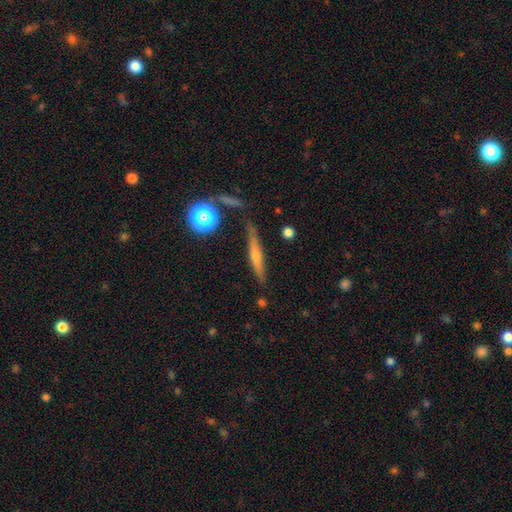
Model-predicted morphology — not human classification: Q: Smooth or featured?
A: featured or disk (58%); runner-up: smooth (26%)
Q: Edge-on disk?
A: yes (90%); runner-up: no (10%)
Q: Edge-on bulge?
A: rounded (72%); runner-up: none (18%)
Q: Merging?
A: none (73%); runner-up: minor disturbance (14%)